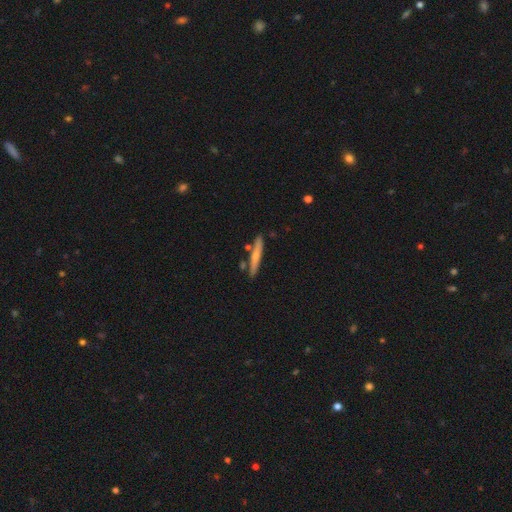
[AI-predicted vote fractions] Morphology: type=smooth (62%); roundness=cigar-shaped (93%); merging=none (80%).